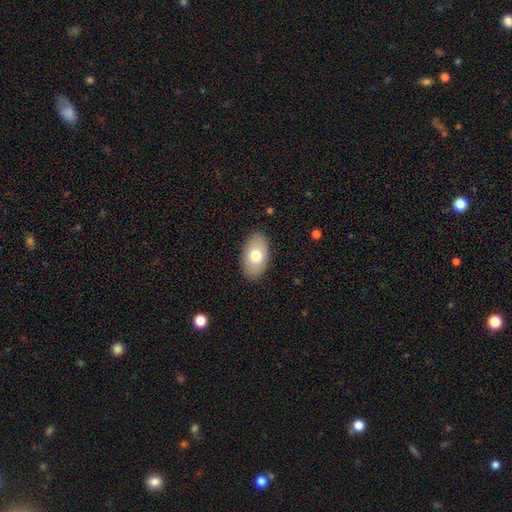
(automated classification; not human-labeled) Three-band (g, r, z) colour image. It shows a smooth galaxy with no disk features (73%) that is in between round and cigar-shaped (93%). Merging: none (88%).